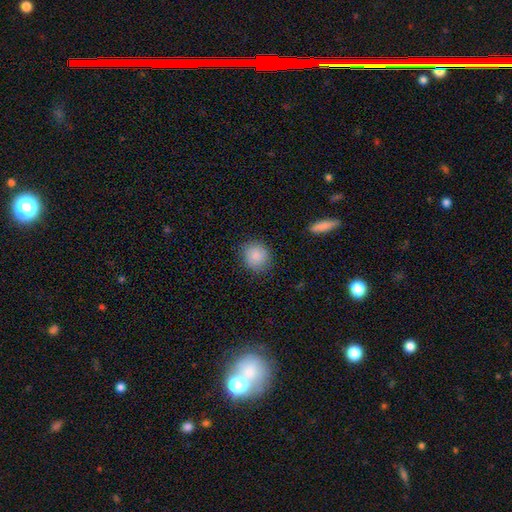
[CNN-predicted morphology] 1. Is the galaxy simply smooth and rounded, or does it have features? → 88% smooth, 8% star or artifact, 4% featured or disk.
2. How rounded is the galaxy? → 86% round, 13% in between, 1% cigar-shaped.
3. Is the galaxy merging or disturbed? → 86% none, 10% minor disturbance, 3% major disturbance, 1% merger.